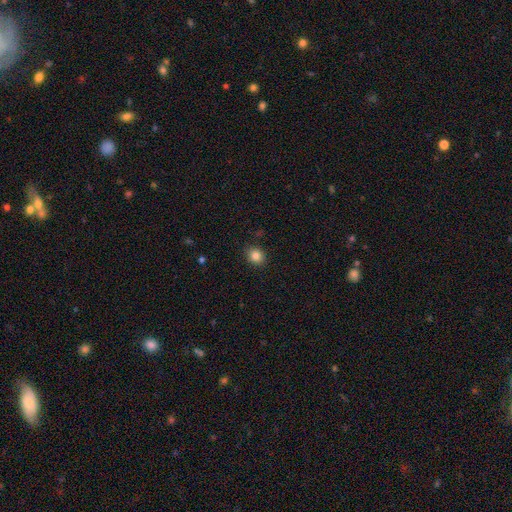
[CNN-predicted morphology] Smooth or featured: smooth — 84% (star or artifact — 11%)
How rounded: round — 70% (in between — 29%)
Merging: none — 89% (minor disturbance — 8%)